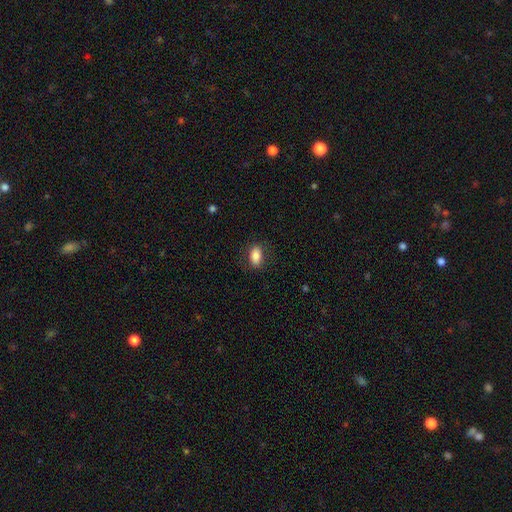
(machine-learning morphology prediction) Q: Smooth or featured?
A: smooth (85%); runner-up: star or artifact (8%)
Q: How rounded?
A: in between (88%); runner-up: round (10%)
Q: Merging?
A: none (82%); runner-up: minor disturbance (13%)